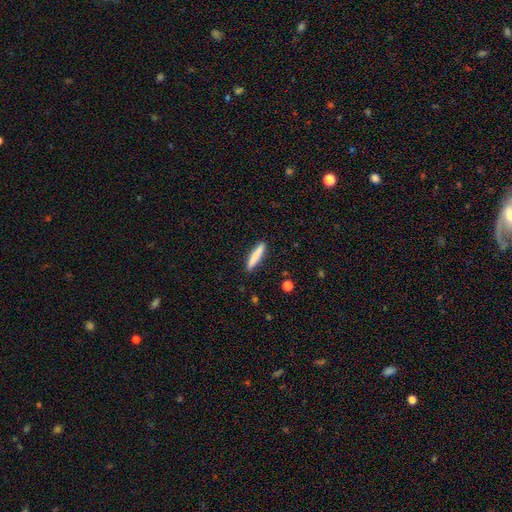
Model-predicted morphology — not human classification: Overall: smooth (80%). How rounded: cigar-shaped (91%). Merging: none (90%).